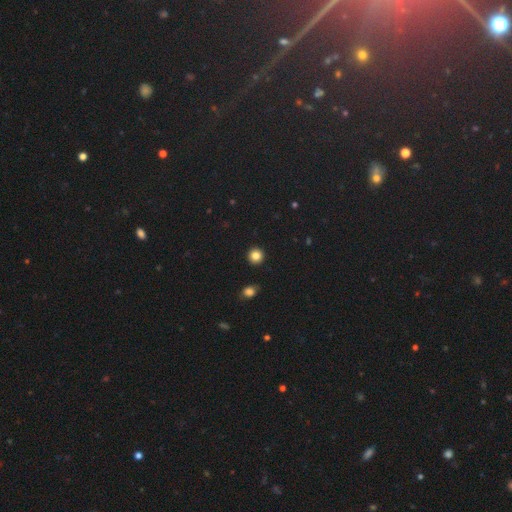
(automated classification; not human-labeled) Smooth or featured?
  - smooth: 84% *
  - star or artifact: 11%
  - featured or disk: 5%
How rounded?
  - round: 94% *
  - in between: 5%
  - cigar-shaped: 1%
Merging?
  - none: 93% *
  - minor disturbance: 4%
  - major disturbance: 1%
  - merger: 1%